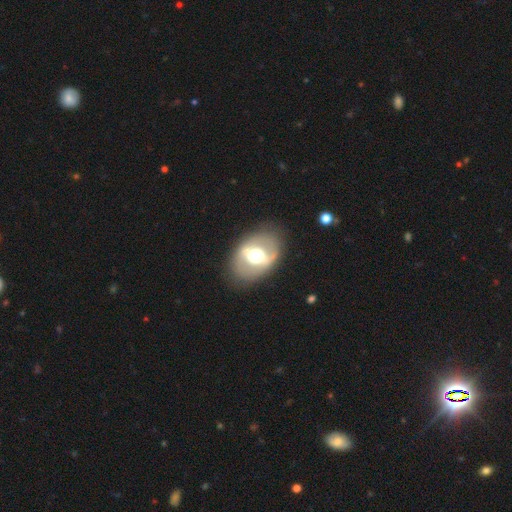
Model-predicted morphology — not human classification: The model was most divided on "bulge size": moderate: 54%, large: 37%, dominant: 5%, small: 3%, none: 1%. More confident: edge-on disk — no (88%); merging — none (80%); spiral arms — no (79%); smooth or featured — featured or disk (63%); bar — strong (53%).